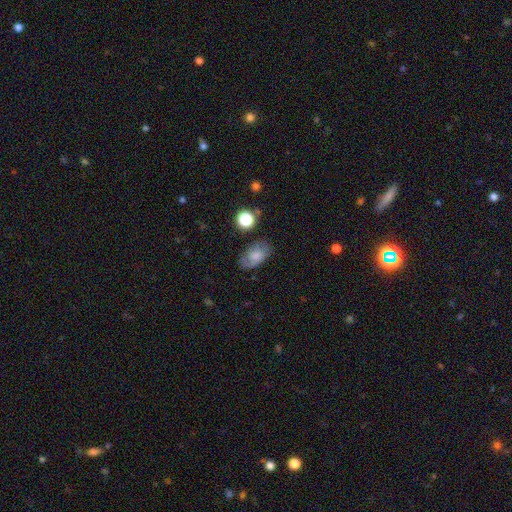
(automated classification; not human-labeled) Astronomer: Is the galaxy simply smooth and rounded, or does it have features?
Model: smooth — 59%.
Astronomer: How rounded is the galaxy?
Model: in between — 88%.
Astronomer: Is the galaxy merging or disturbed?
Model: none — 69%.